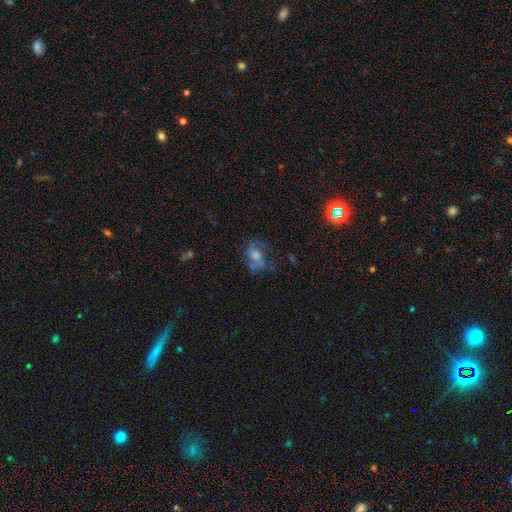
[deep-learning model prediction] Smooth or featured?
  - featured or disk: 44% *
  - smooth: 42%
  - star or artifact: 14%
Merging?
  - none: 44% *
  - major disturbance: 28%
  - minor disturbance: 24%
  - merger: 3%